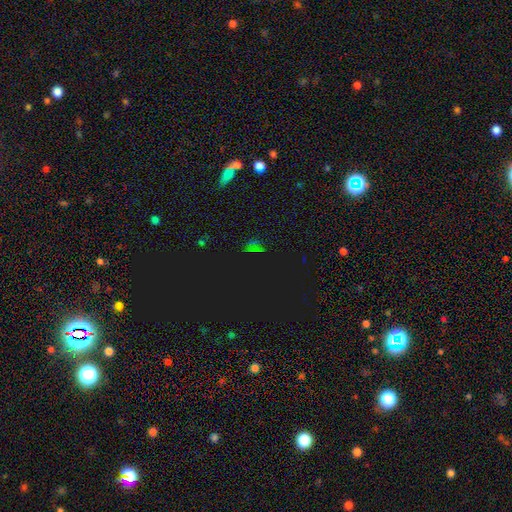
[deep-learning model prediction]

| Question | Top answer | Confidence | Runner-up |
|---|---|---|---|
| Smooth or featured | star or artifact | 76% | smooth (16%) |